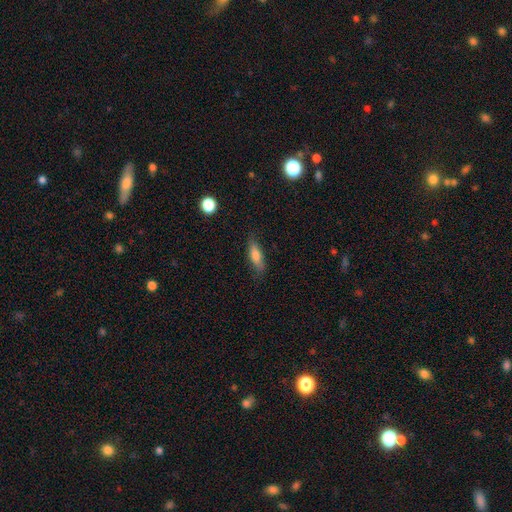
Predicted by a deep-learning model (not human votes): Smooth or featured?
  - smooth: 76% *
  - featured or disk: 16%
  - star or artifact: 7%
How rounded?
  - in between: 51% *
  - cigar-shaped: 47%
  - round: 3%
Merging?
  - none: 79% *
  - minor disturbance: 16%
  - major disturbance: 4%
  - merger: 1%